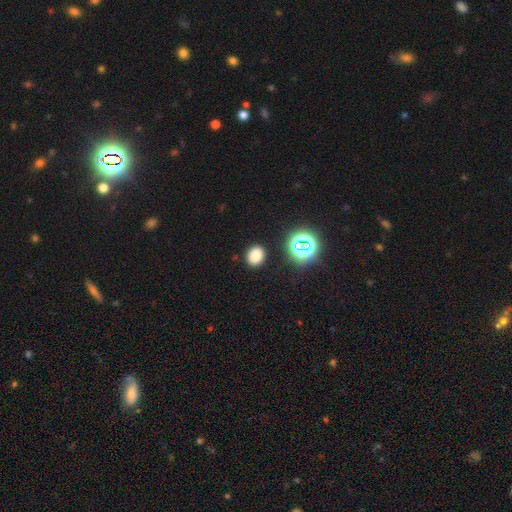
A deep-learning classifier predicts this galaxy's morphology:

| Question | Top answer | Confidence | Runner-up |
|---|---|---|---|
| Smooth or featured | smooth | 78% | star or artifact (17%) |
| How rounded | round | 52% | in between (47%) |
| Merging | none | 88% | minor disturbance (8%) |